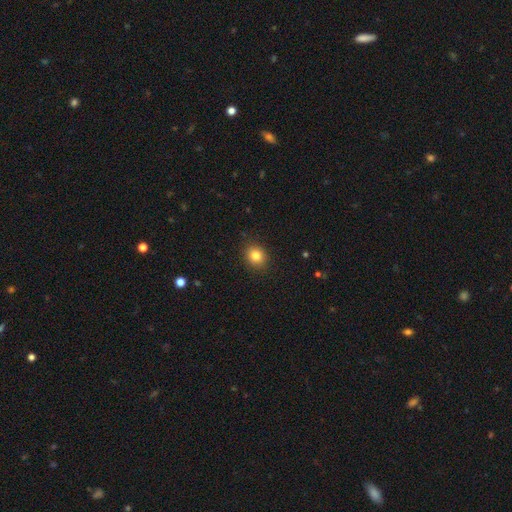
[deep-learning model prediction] A smooth galaxy with no disk features (82%) that is round (72%).

Vote fractions:
- Smooth or featured? smooth: 82% / star or artifact: 11% / featured or disk: 7%
- How rounded? round: 72% / in between: 27% / cigar-shaped: 1%
- Merging? none: 90% / minor disturbance: 7% / major disturbance: 2% / merger: 1%